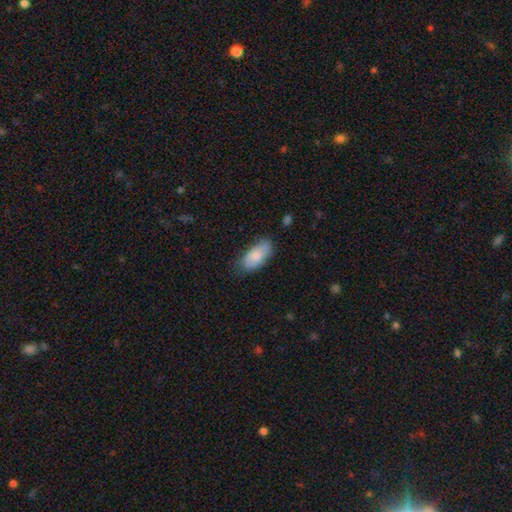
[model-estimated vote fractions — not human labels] A smooth galaxy with no disk features (82%) that is in between round and cigar-shaped (91%).

Vote fractions:
- Smooth or featured? smooth: 82% / featured or disk: 12% / star or artifact: 6%
- How rounded? in between: 91% / cigar-shaped: 7% / round: 2%
- Merging? none: 68% / minor disturbance: 24% / major disturbance: 5% / merger: 2%